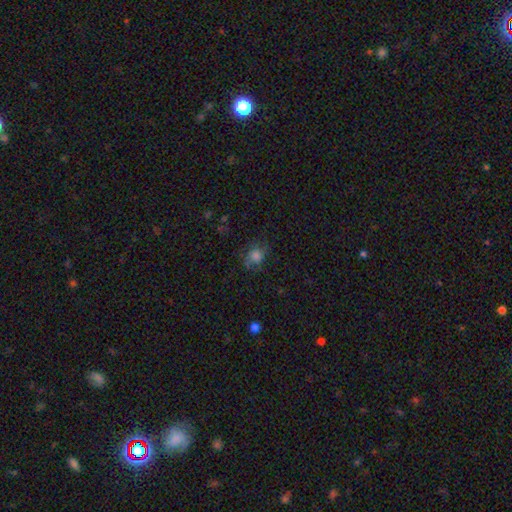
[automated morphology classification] This is likely a smooth galaxy (65%). How rounded: likely round (72%). Merging: possibly none (60%).